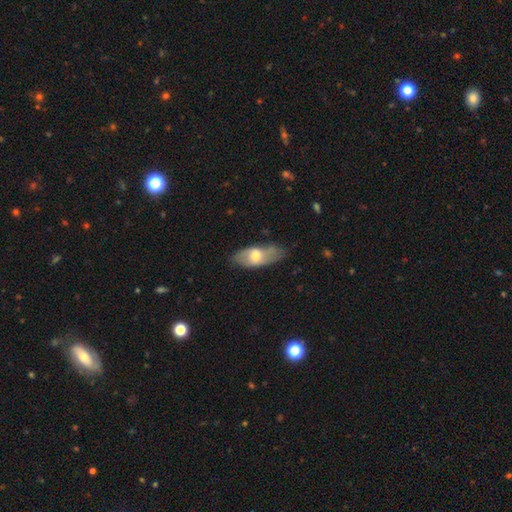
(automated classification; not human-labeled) Overall: smooth (57%; featured or disk 37%). How rounded: in between (85%). Merging: none (66%).